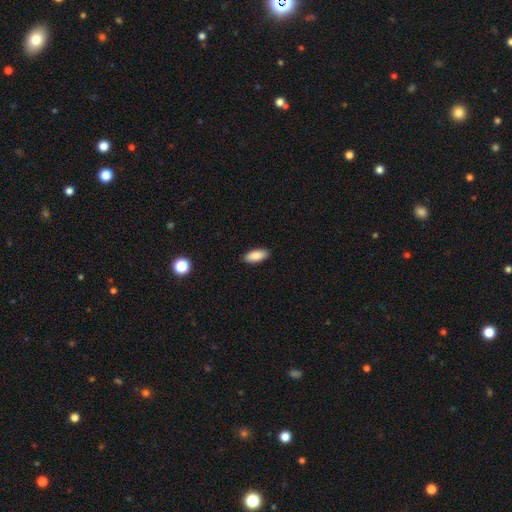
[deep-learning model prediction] smooth-or-featured: smooth: 88% | star or artifact: 6% | featured or disk: 6%
  how-rounded: in between: 85% | cigar-shaped: 13% | round: 2%
  merging: none: 89% | minor disturbance: 8% | major disturbance: 2% | merger: 1%